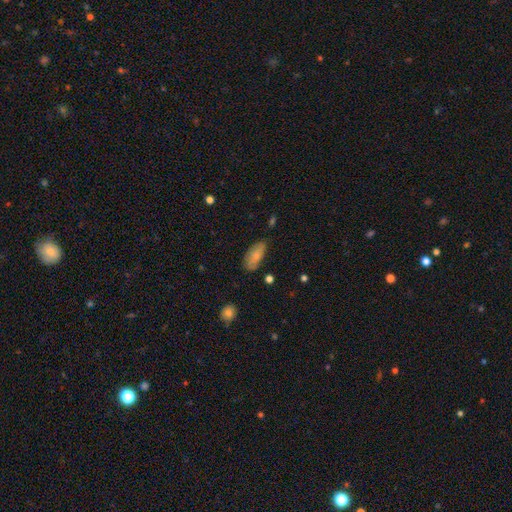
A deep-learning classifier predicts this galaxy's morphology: Smooth or featured? smooth (78%)
How rounded? in between (88%)
Merging? none (67%)